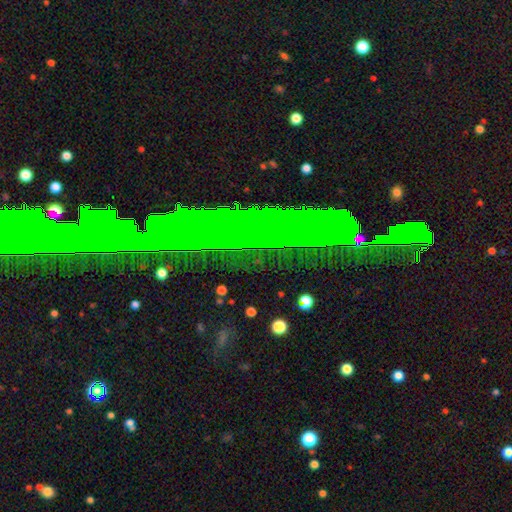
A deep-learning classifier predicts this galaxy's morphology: Smooth or featured?
  - star or artifact: 61% *
  - featured or disk: 24%
  - smooth: 14%